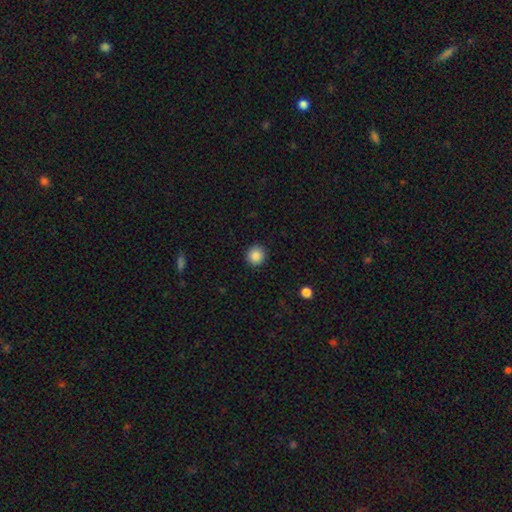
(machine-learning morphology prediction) smooth 88%, star or artifact 9%, featured or disk 3%. Down the decision tree: how rounded — round (91%); merging — none (91%).